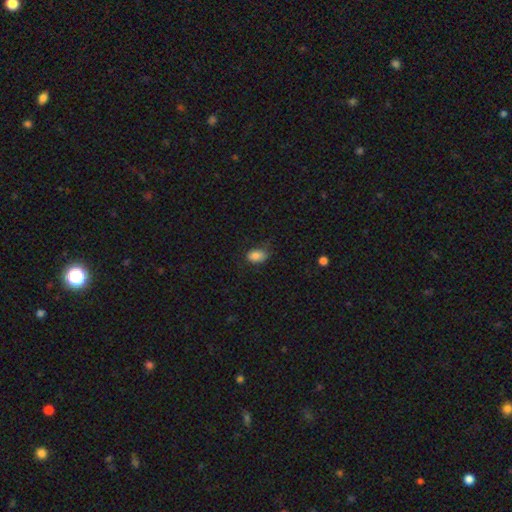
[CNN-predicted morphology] A smooth galaxy with no disk features (85%) that is in between round and cigar-shaped (85%). Merging: none (65%).